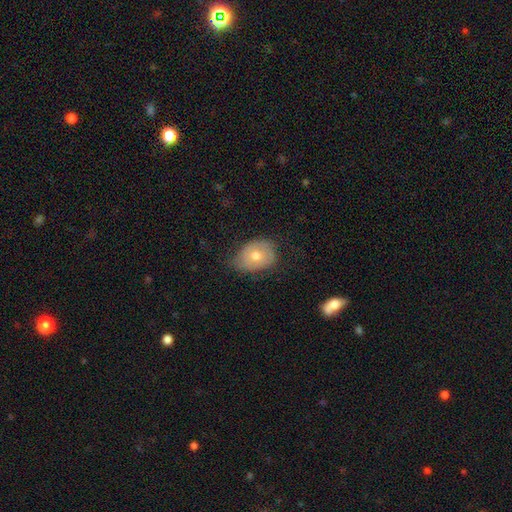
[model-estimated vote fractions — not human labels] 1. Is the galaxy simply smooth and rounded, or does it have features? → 67% smooth, 26% featured or disk, 8% star or artifact.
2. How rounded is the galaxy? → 67% in between, 32% round, 1% cigar-shaped.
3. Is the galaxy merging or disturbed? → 53% none, 36% minor disturbance, 10% major disturbance, 1% merger.